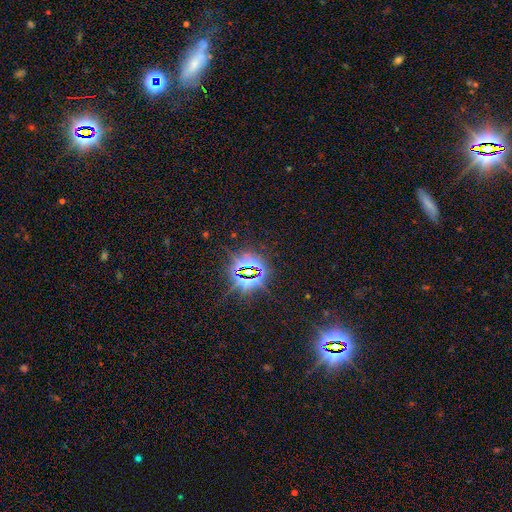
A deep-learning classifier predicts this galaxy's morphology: smooth-or-featured: star or artifact: 81% | smooth: 12% | featured or disk: 7%